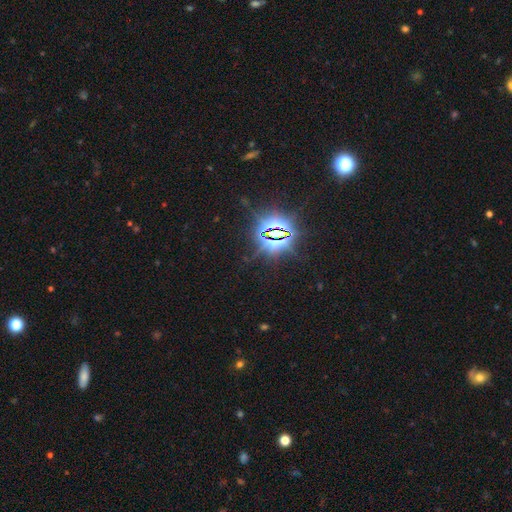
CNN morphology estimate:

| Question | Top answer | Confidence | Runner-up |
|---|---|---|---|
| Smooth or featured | star or artifact | 83% | smooth (10%) |